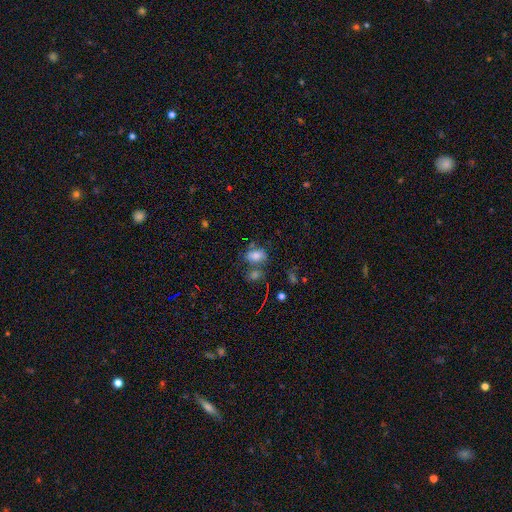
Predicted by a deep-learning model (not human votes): Smooth or featured? smooth (71%)
How rounded? in between (77%)
Merging? none (50%)